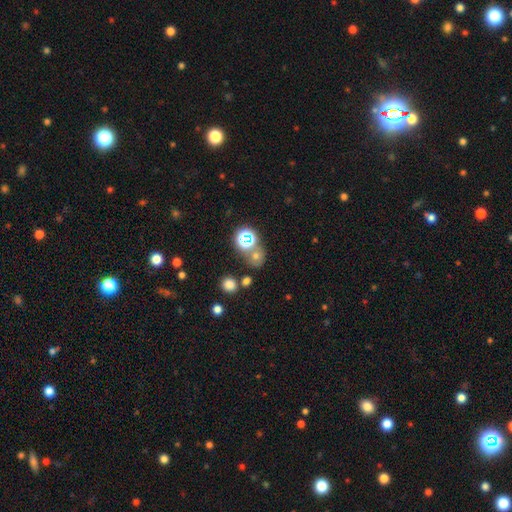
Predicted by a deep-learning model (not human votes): Q: Smooth or featured?
A: smooth (48%); runner-up: star or artifact (40%)
Q: Merging?
A: none (61%); runner-up: merger (23%)